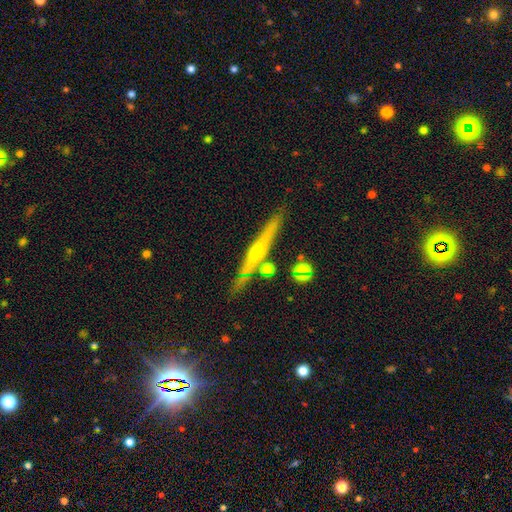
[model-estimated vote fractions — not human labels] Smooth or featured? Predicted: featured or disk (p=0.64). Edge-on disk? Predicted: yes (p=0.96). Edge-on bulge? Predicted: rounded (p=0.53). Merging? Predicted: none (p=0.84).